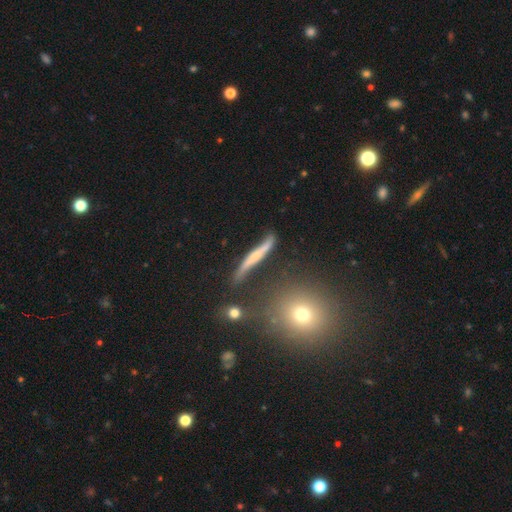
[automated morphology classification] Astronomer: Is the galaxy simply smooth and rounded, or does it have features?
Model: featured or disk — 62%.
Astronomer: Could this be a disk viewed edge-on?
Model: yes — 76%.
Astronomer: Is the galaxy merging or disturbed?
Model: none — 62%.